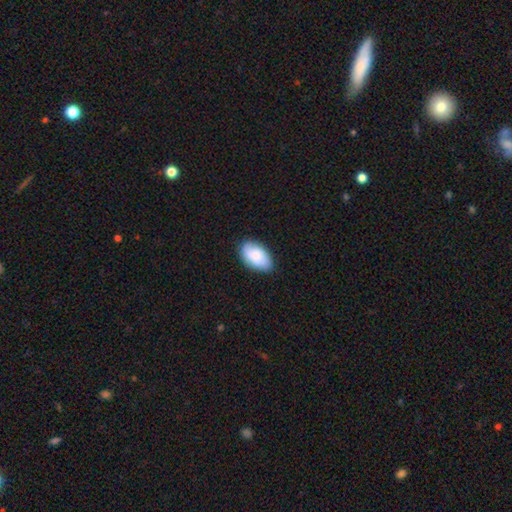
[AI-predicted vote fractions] This is likely a smooth galaxy (79%). How rounded: clearly in between (93%). Merging: clearly none (81%).